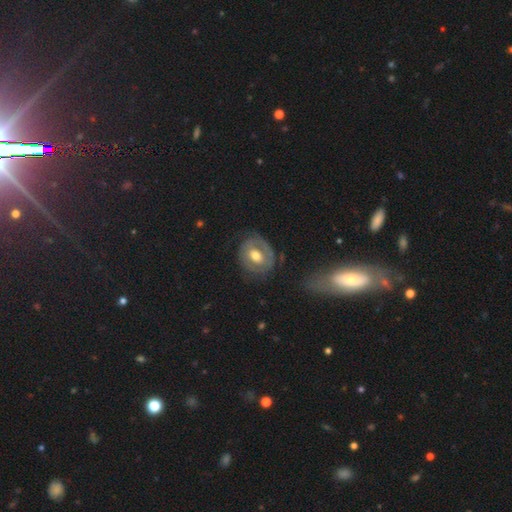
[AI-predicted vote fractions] A featured or disk galaxy (56%) with no bar (55%), no spiral arms (59%) and a moderate central bulge (74%).

Vote fractions:
- Smooth or featured? featured or disk: 56% / smooth: 38% / star or artifact: 6%
- Edge-on disk? no: 95% / yes: 5%
- Bar? no: 55% / weak: 32% / strong: 12%
- Spiral arms? no: 59% / yes: 41%
- Bulge size? moderate: 74% / large: 14% / small: 9% / dominant: 1% / none: 1%
- Merging? none: 69% / minor disturbance: 20% / major disturbance: 9% / merger: 2%